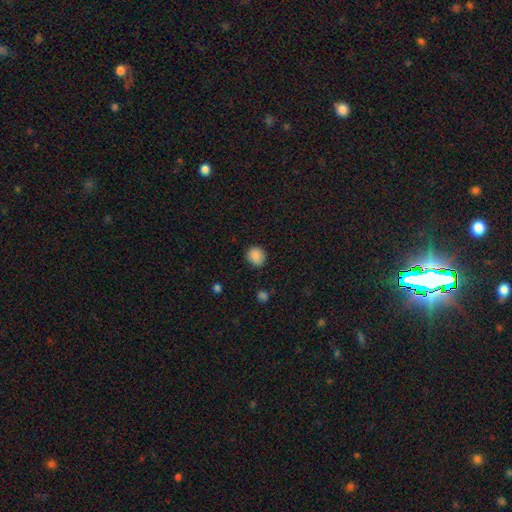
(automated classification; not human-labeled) smooth-or-featured: smooth: 87% | star or artifact: 10% | featured or disk: 3%
  how-rounded: round: 84% | in between: 15% | cigar-shaped: 1%
  merging: none: 85% | minor disturbance: 11% | major disturbance: 2% | merger: 1%